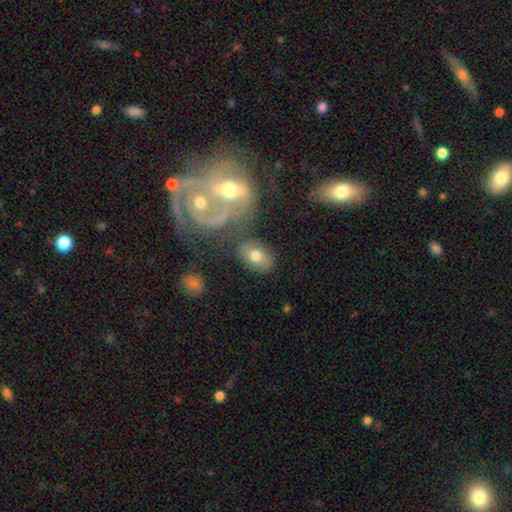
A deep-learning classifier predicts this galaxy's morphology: This is likely a smooth galaxy (65%). How rounded: clearly in between (83%). Merging: likely none (64%).